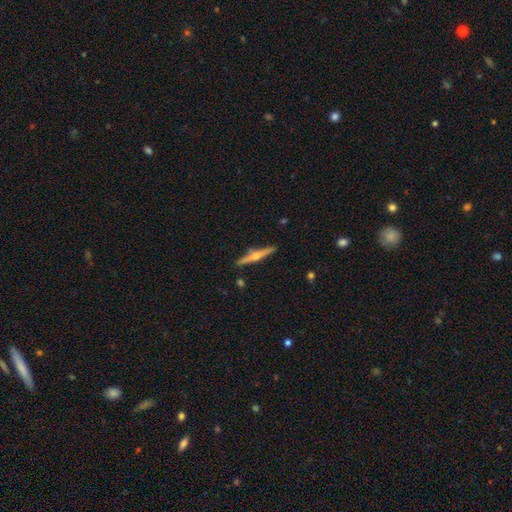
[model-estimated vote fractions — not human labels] Smooth or featured? Predicted: featured or disk (p=0.75). Edge-on disk? Predicted: yes (p=0.98). Edge-on bulge? Predicted: rounded (p=0.90). Merging? Predicted: none (p=0.90).